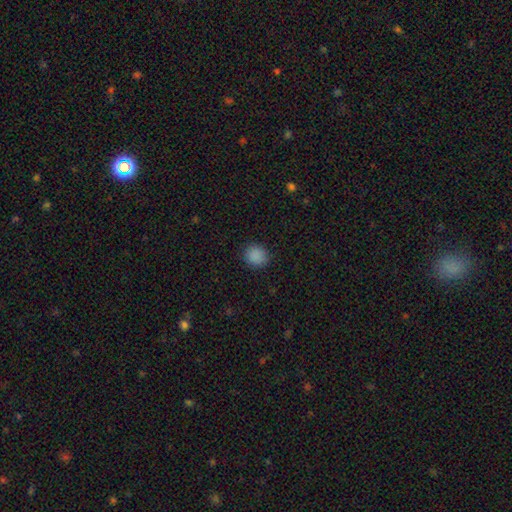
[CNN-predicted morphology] type=smooth (87%); roundness=round (84%); merging=none (89%).